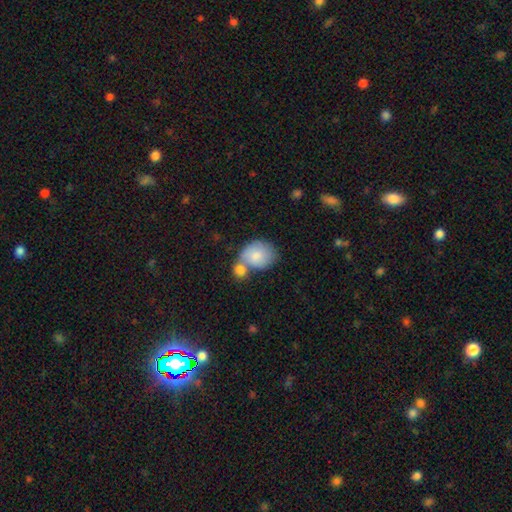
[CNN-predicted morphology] This is likely a smooth galaxy (79%). How rounded: possibly round (57%). Merging: possibly merger (48%).